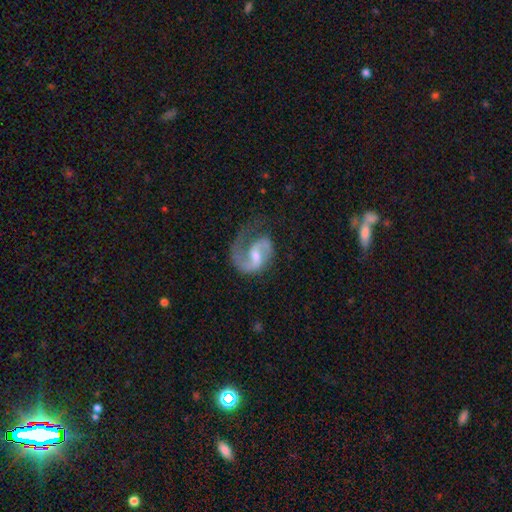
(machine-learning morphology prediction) type=featured or disk (87%); edge-on=no (98%); bar=weak (53%); spiral arms=yes (97%); winding=medium (53%); arm count=2 (66%); bulge=moderate (51%); merging=none (50%).